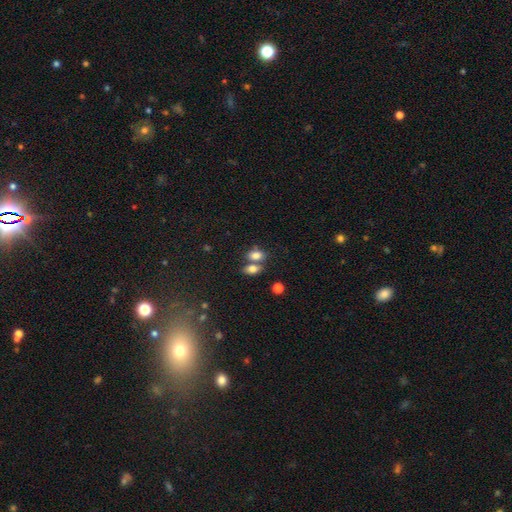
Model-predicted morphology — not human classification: smooth_or_featured: smooth (p=0.80) [alt: featured or disk p=0.10]
how_rounded: in between (p=0.82) [alt: round p=0.15]
merging: merger (p=0.45) [alt: none p=0.41]